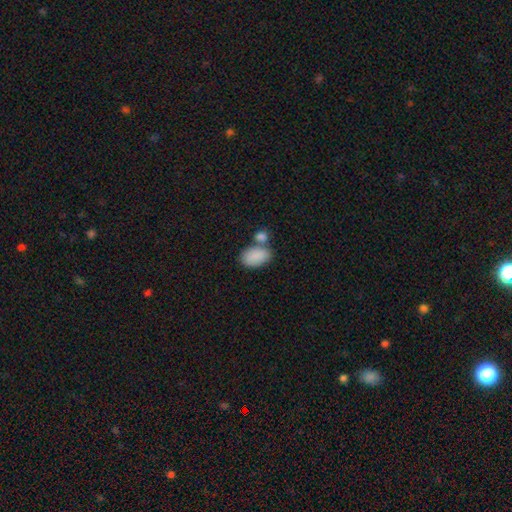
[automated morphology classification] This is clearly a smooth galaxy (87%). How rounded: clearly in between (93%). Merging: possibly none (46%).